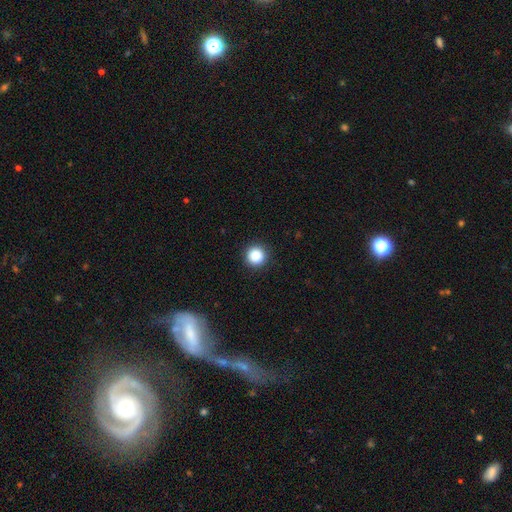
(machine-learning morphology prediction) A smooth galaxy with no disk features (86%) that is round (96%). Merging: none (92%).